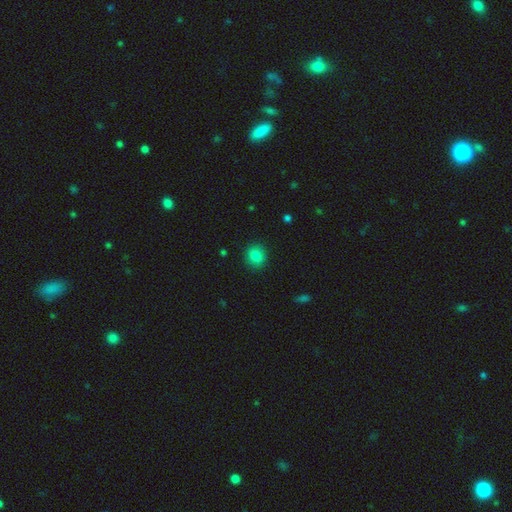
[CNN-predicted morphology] smooth_or_featured: smooth (p=0.85) [alt: star or artifact p=0.10]
how_rounded: round (p=0.79) [alt: in between p=0.20]
merging: none (p=0.89) [alt: minor disturbance p=0.07]